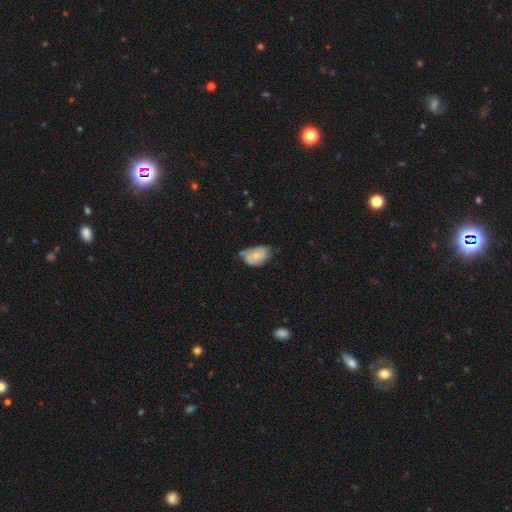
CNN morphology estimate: A smooth galaxy with no disk features (47%). Merging: none (43%).